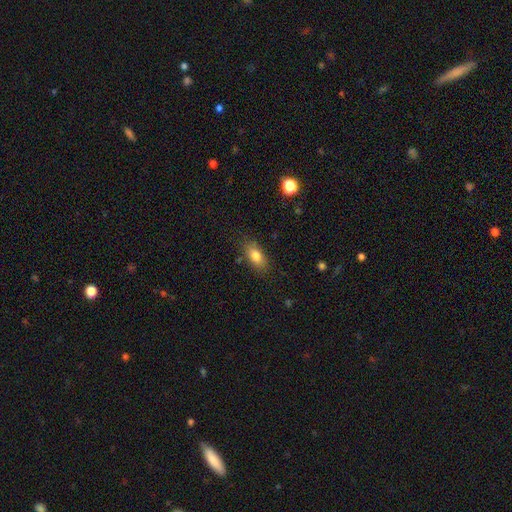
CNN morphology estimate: A smooth galaxy with no disk features (80%) that is in between round and cigar-shaped (85%). Merging: none (80%).